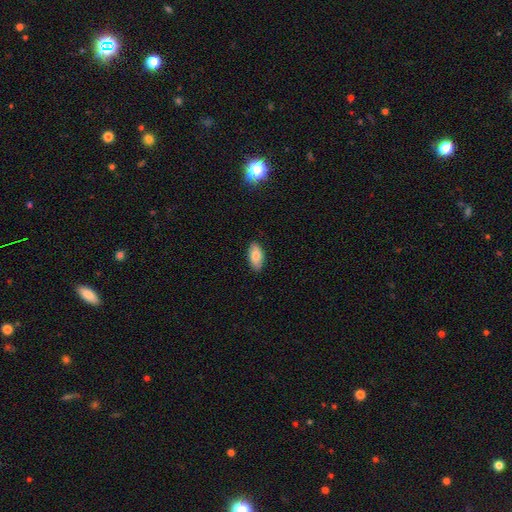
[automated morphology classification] This appears to be a smooth galaxy with no disk features (82%) that is in between round and cigar-shaped (92%). Merging: none (87%).